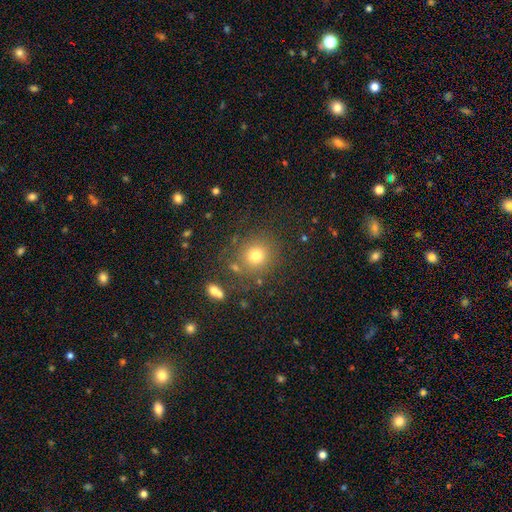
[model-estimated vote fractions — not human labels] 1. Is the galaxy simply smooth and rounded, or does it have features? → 75% smooth, 16% star or artifact, 9% featured or disk.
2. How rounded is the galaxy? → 88% round, 11% in between, 1% cigar-shaped.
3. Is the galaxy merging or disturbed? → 80% none, 10% minor disturbance, 5% merger, 4% major disturbance.